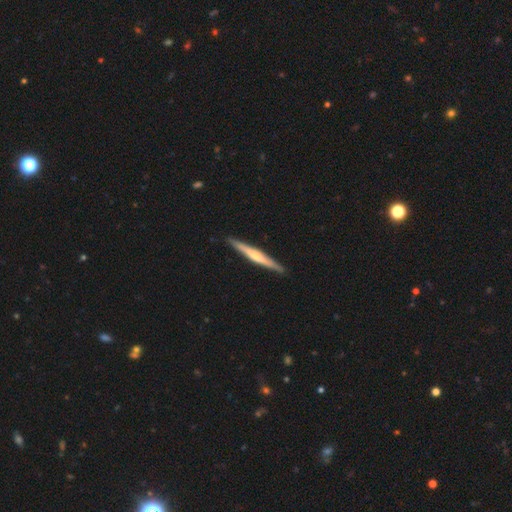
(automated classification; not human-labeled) featured or disk 66%, smooth 29%, star or artifact 5%. Down the decision tree: edge-on disk — yes (98%); edge-on bulge — rounded (73%); merging — none (91%).